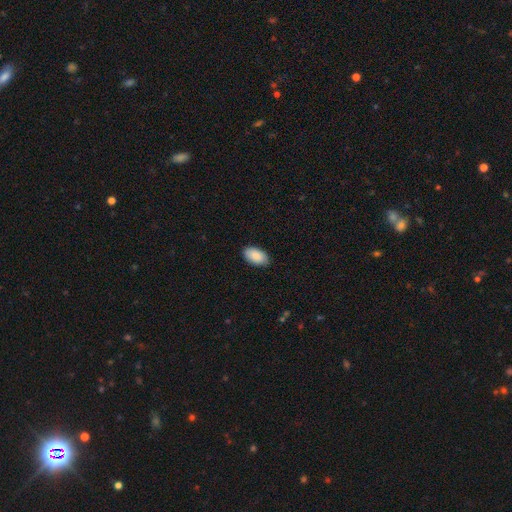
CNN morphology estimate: type=smooth (90%); roundness=in between (95%); merging=none (87%).